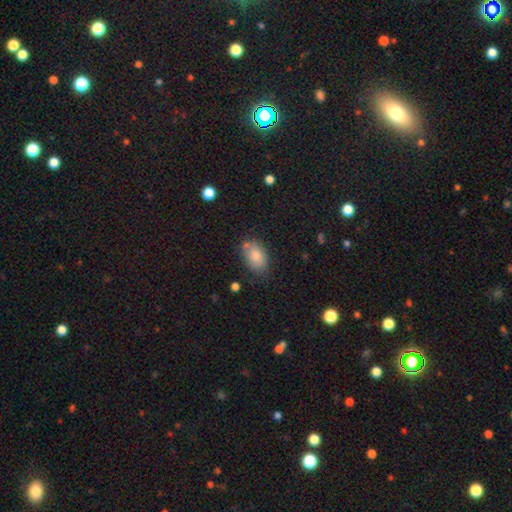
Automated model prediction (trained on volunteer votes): Smooth or featured? smooth (84%)
How rounded? in between (90%)
Merging? none (67%)